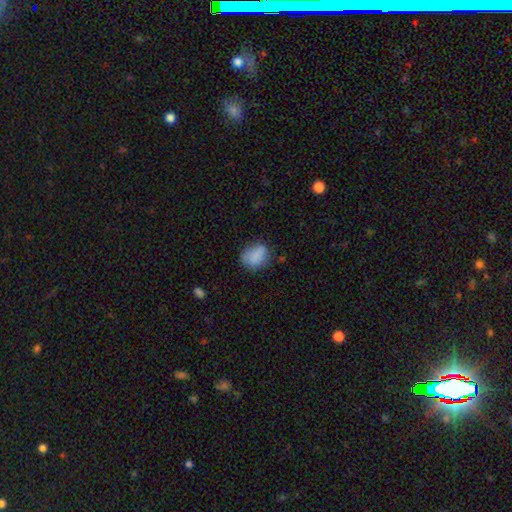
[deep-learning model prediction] Smooth or featured: smooth — 83% (star or artifact — 9%)
How rounded: in between — 56% (round — 42%)
Merging: none — 64% (minor disturbance — 25%)